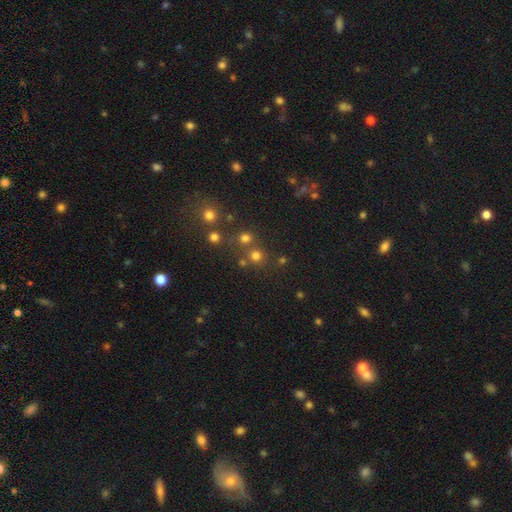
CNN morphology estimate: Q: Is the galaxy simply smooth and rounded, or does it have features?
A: smooth — 71%.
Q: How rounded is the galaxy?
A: round — 91%.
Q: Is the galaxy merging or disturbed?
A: none — 71%.